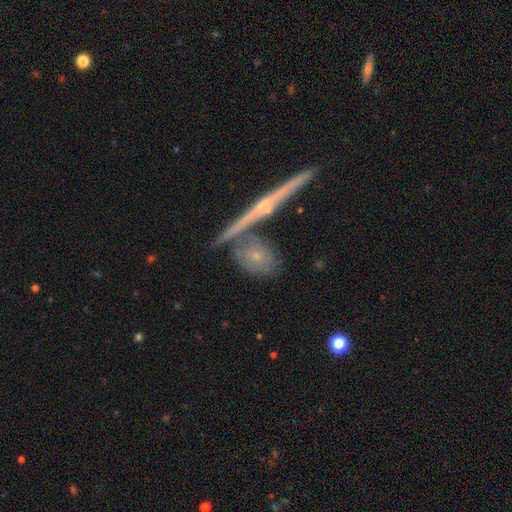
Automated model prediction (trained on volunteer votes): This is possibly a featured or disk galaxy (49%). Merging: likely none (63%).